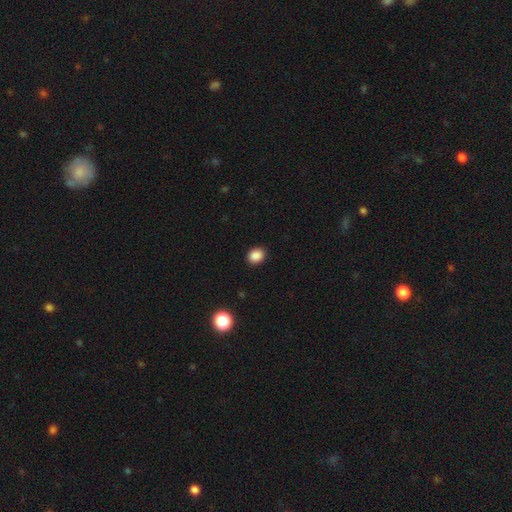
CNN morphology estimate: A smooth galaxy with no disk features (87%) that is round (54%). Merging: none (90%).